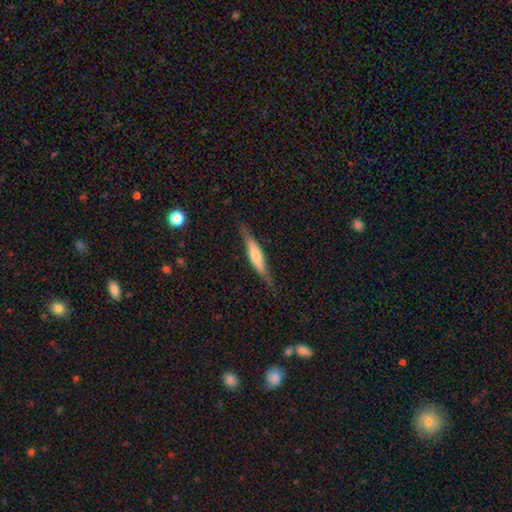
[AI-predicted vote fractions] Smooth or featured: featured or disk — 50% (smooth — 44%)
Edge-on disk: yes — 91% (no — 9%)
Merging: none — 81% (minor disturbance — 14%)